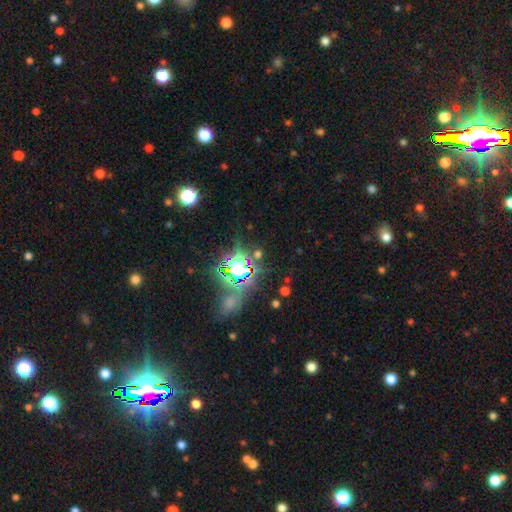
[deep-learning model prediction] star or artifact 75%, smooth 17%, featured or disk 9%.